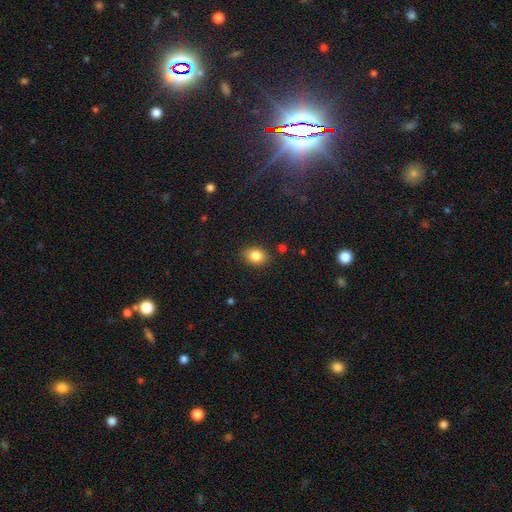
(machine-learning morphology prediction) A smooth galaxy with no disk features (85%) that is in between round and cigar-shaped (69%). Merging: none (87%).